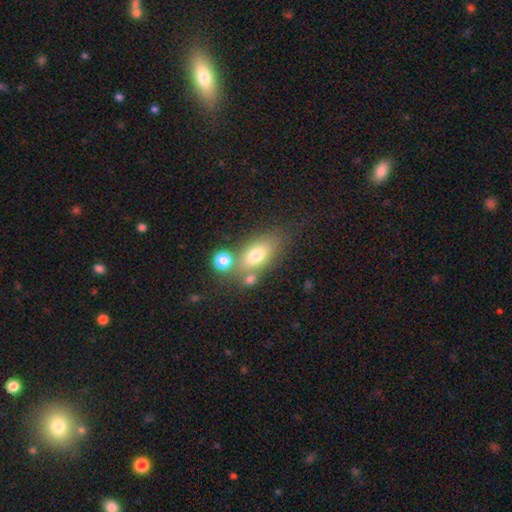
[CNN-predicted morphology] Smooth or featured? smooth (70%)
How rounded? in between (76%)
Merging? none (57%)